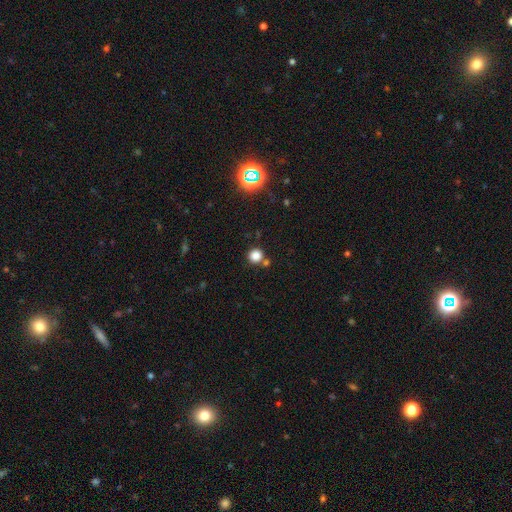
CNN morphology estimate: Q: Smooth or featured?
A: smooth (81%); runner-up: star or artifact (14%)
Q: How rounded?
A: round (92%); runner-up: in between (7%)
Q: Merging?
A: none (74%); runner-up: merger (15%)